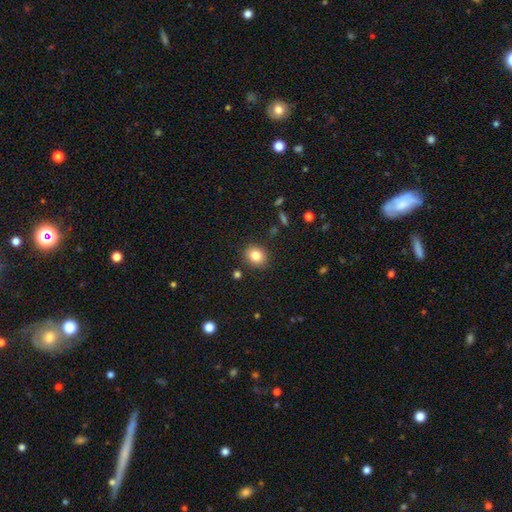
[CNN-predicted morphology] smooth-or-featured: smooth: 82% | star or artifact: 10% | featured or disk: 7%
  how-rounded: round: 66% | in between: 33% | cigar-shaped: 1%
  merging: none: 88% | minor disturbance: 8% | major disturbance: 2% | merger: 2%